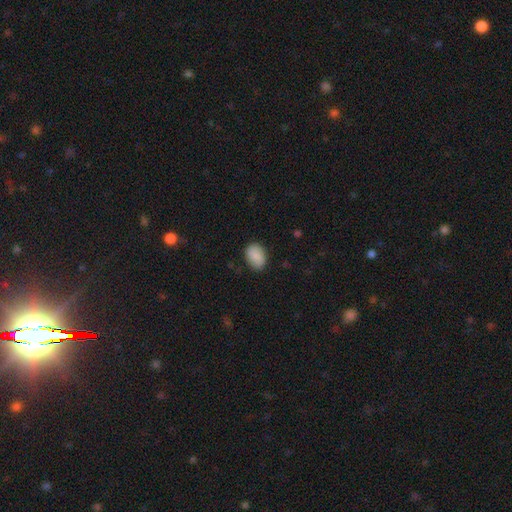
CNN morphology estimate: A smooth galaxy with no disk features (86%) that is in between round and cigar-shaped (77%).

Vote fractions:
- Smooth or featured? smooth: 86% / star or artifact: 7% / featured or disk: 7%
- How rounded? in between: 77% / round: 22% / cigar-shaped: 1%
- Merging? none: 81% / minor disturbance: 14% / major disturbance: 3% / merger: 1%